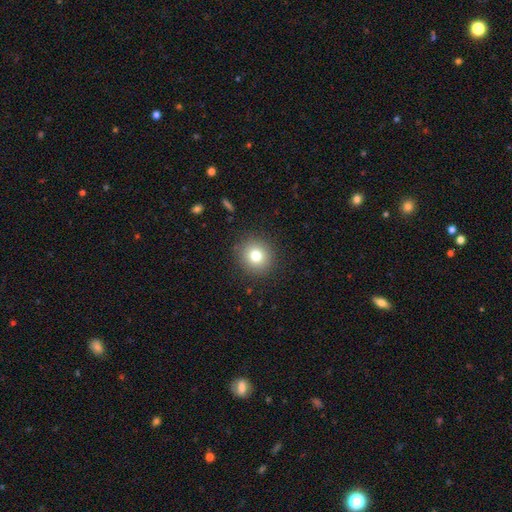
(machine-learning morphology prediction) A smooth galaxy with no disk features (78%) that is round (91%).

Vote fractions:
- Smooth or featured? smooth: 78% / star or artifact: 12% / featured or disk: 10%
- How rounded? round: 91% / in between: 8% / cigar-shaped: 1%
- Merging? none: 90% / minor disturbance: 7% / major disturbance: 3% / merger: 1%